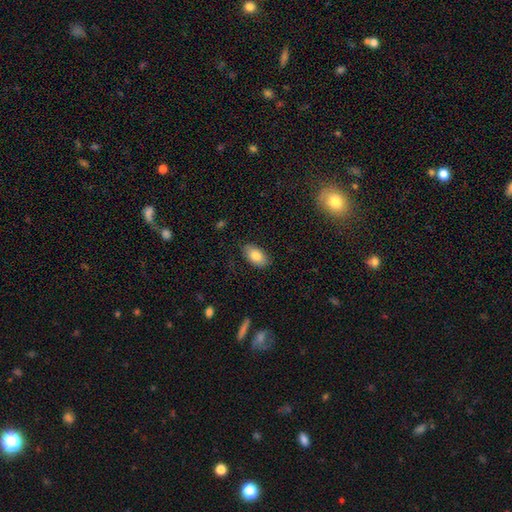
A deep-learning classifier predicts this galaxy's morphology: smooth-or-featured: smooth: 81% | featured or disk: 12% | star or artifact: 7%
  how-rounded: in between: 93% | round: 5% | cigar-shaped: 2%
  merging: none: 83% | minor disturbance: 13% | major disturbance: 3% | merger: 1%